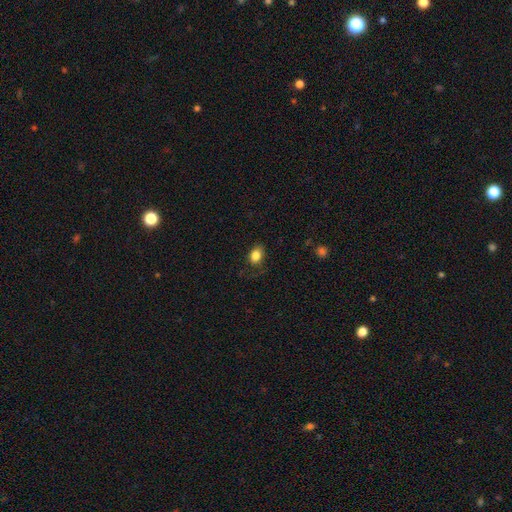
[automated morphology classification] A smooth galaxy with no disk features (84%) that is in between round and cigar-shaped (69%). Merging: none (71%).